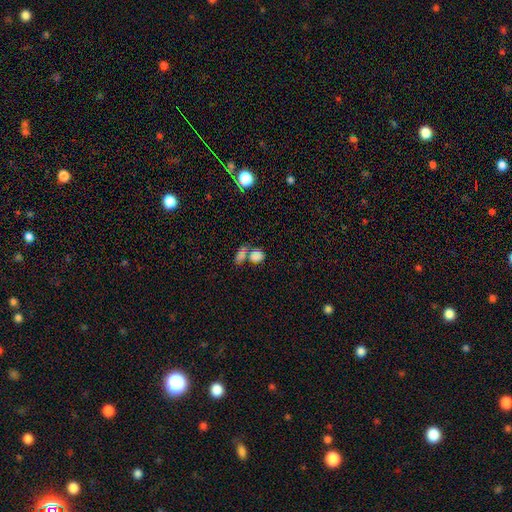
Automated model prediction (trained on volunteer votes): Smooth or featured: smooth — 77% (star or artifact — 13%)
How rounded: round — 51% (in between — 46%)
Merging: merger — 46% (none — 37%)